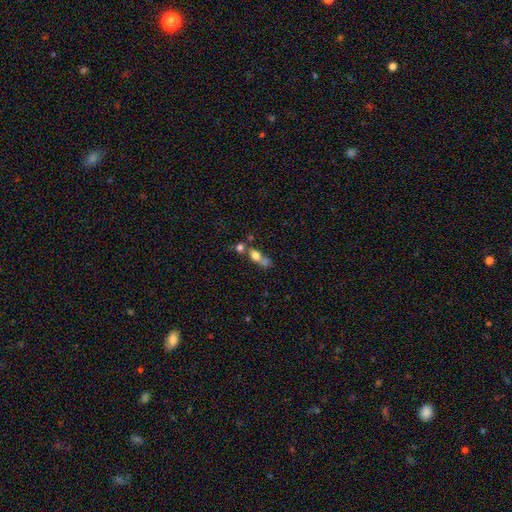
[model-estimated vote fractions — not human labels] Overall: smooth (66%). How rounded: in between (53%; round 34%). Merging: merger (60%; none 22%).